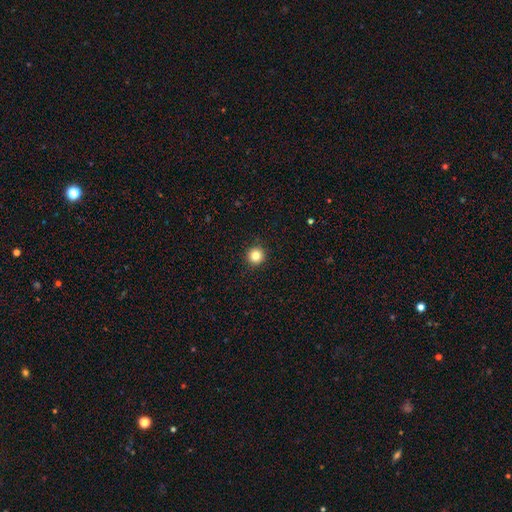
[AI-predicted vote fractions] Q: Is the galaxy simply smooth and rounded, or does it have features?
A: smooth — 83%.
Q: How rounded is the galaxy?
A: round — 96%.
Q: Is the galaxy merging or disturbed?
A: none — 93%.